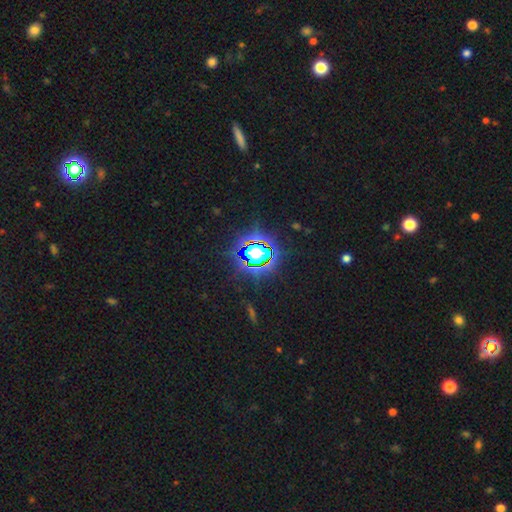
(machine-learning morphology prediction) smooth_or_featured: star or artifact (p=0.78) [alt: smooth p=0.13]